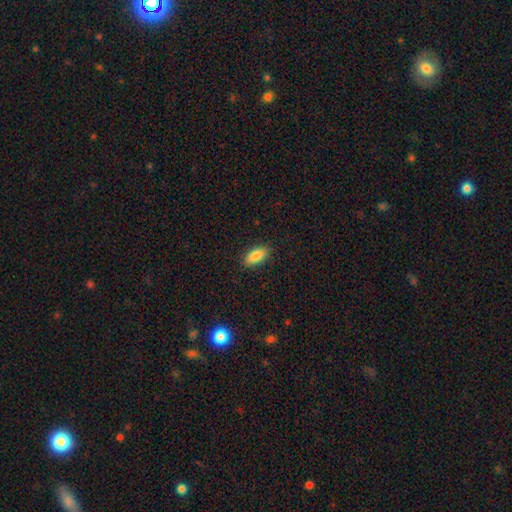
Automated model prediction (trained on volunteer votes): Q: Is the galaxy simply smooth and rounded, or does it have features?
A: smooth — 86%.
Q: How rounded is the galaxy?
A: in between — 85%.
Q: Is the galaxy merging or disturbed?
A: none — 87%.